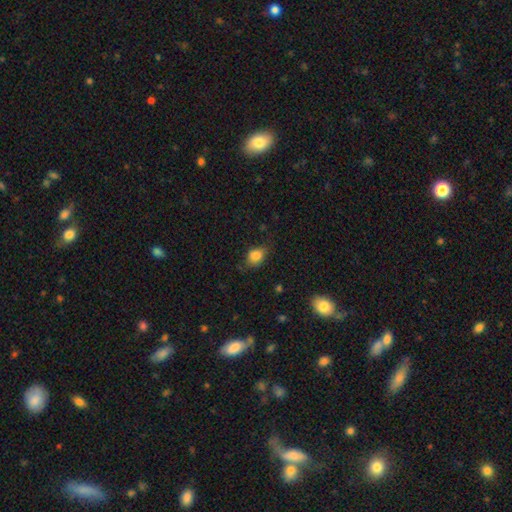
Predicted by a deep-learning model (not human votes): The model was most divided on "how rounded": in between: 61%, round: 38%, cigar-shaped: 1%. More confident: smooth or featured — smooth (83%); merging — none (64%).